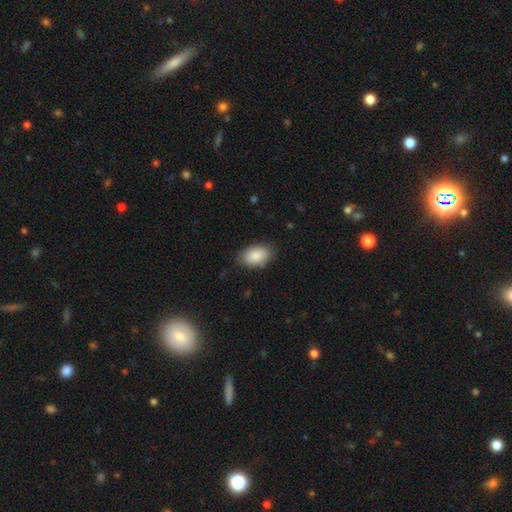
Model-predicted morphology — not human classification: Smooth or featured: smooth — 87% (featured or disk — 7%)
How rounded: in between — 91% (round — 8%)
Merging: none — 83% (minor disturbance — 13%)